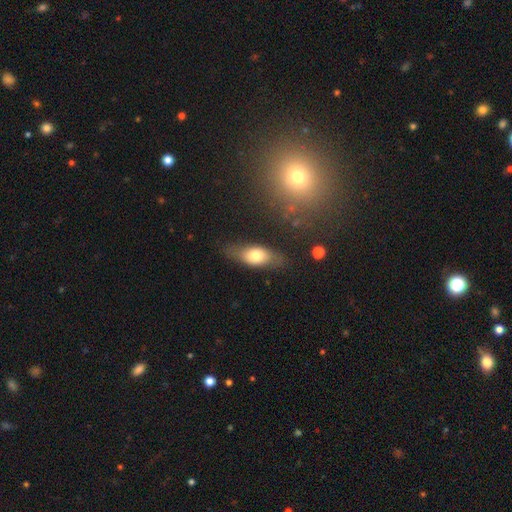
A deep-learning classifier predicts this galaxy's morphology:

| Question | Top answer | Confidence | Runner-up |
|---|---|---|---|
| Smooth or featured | smooth | 68% | featured or disk (25%) |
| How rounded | in between | 78% | cigar-shaped (16%) |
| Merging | none | 72% | minor disturbance (20%) |